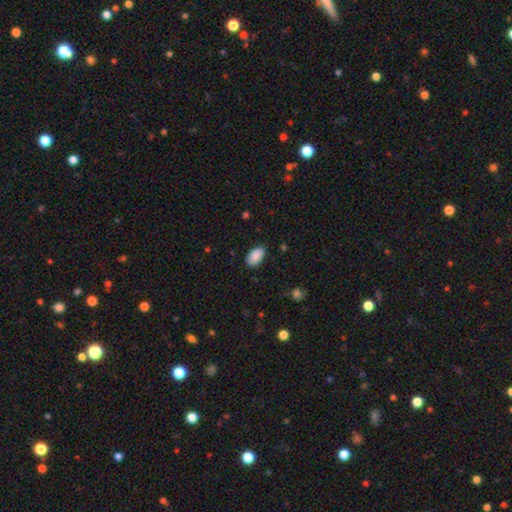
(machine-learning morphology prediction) A smooth galaxy with no disk features (90%) that is in between round and cigar-shaped (94%).

Vote fractions:
- Smooth or featured? smooth: 90% / star or artifact: 7% / featured or disk: 4%
- How rounded? in between: 94% / round: 4% / cigar-shaped: 2%
- Merging? none: 83% / minor disturbance: 13% / major disturbance: 3% / merger: 1%